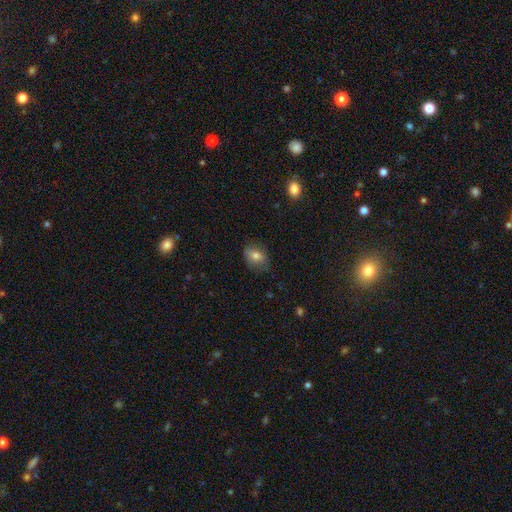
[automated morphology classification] Overall: smooth (76%). How rounded: in between (71%). Merging: none (72%).